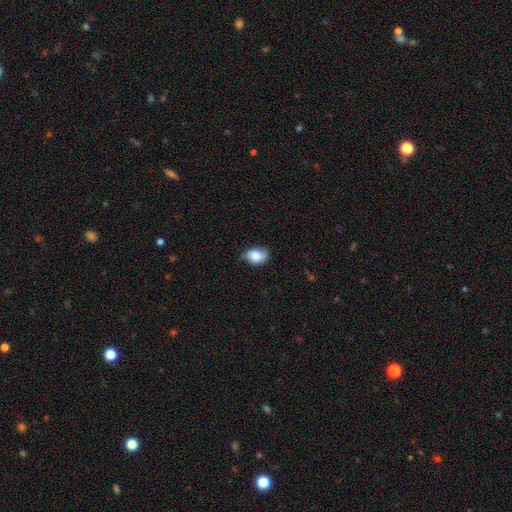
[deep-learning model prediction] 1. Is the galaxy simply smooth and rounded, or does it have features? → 77% smooth, 15% featured or disk, 8% star or artifact.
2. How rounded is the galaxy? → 77% in between, 22% round, 1% cigar-shaped.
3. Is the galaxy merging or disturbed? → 60% none, 32% minor disturbance, 7% major disturbance, 2% merger.